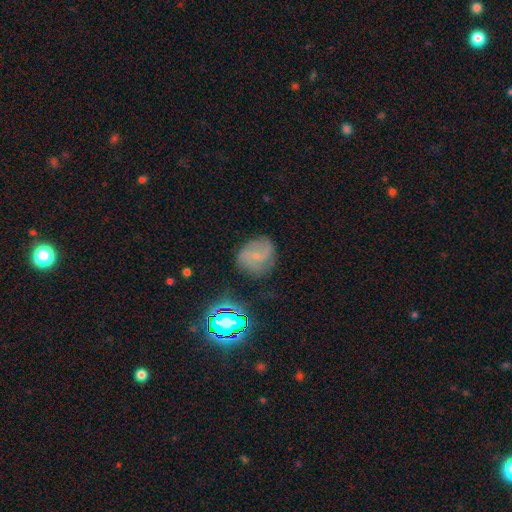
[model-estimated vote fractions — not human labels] Smooth or featured: featured or disk — 56% (smooth — 30%)
Edge-on disk: no — 97% (yes — 3%)
Bar: no — 48% (weak — 41%)
Spiral arms: yes — 88% (no — 12%)
Bulge size: small — 69% (none — 16%)
Merging: none — 69% (minor disturbance — 20%)